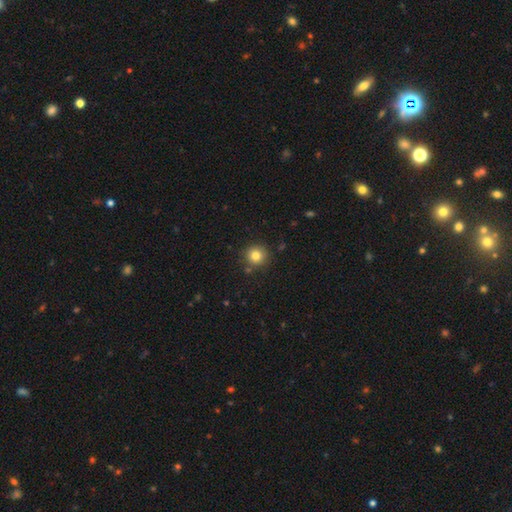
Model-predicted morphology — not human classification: Q: Smooth or featured?
A: smooth (81%); runner-up: star or artifact (12%)
Q: How rounded?
A: round (93%); runner-up: in between (6%)
Q: Merging?
A: none (87%); runner-up: minor disturbance (8%)